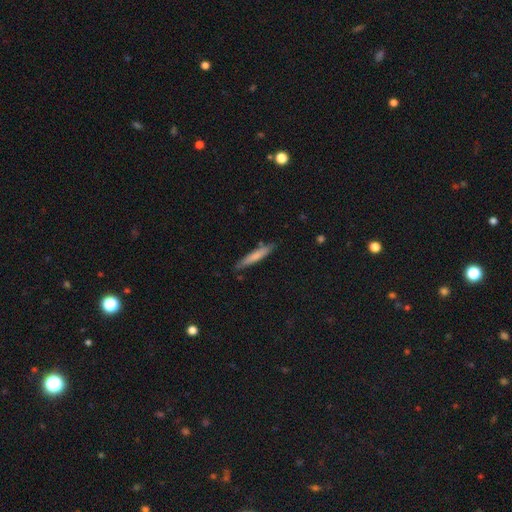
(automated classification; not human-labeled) This is likely a smooth galaxy (71%). How rounded: clearly cigar-shaped (92%). Merging: clearly none (82%).